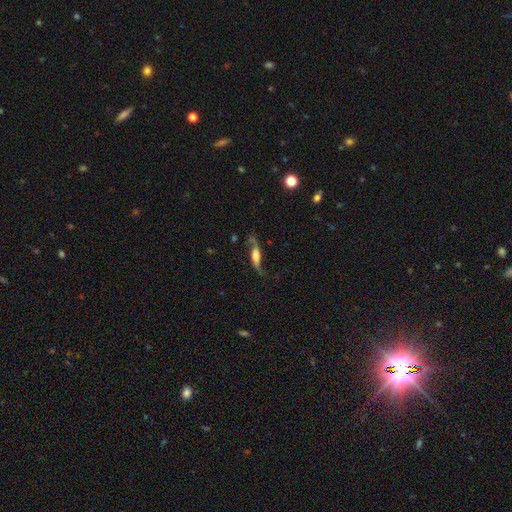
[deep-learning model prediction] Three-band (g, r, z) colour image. It shows a featured or disk galaxy (72%). Merging: none (60%).